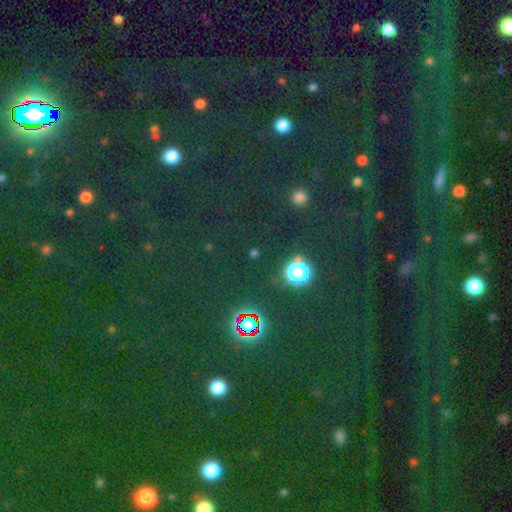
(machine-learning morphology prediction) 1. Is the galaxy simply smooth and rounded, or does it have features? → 75% star or artifact, 17% smooth, 8% featured or disk.